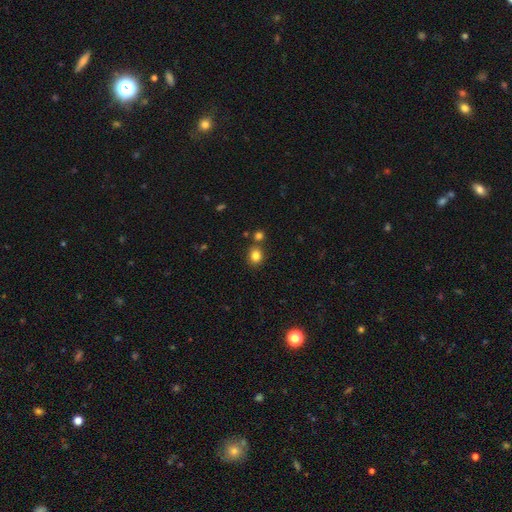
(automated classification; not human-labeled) Smooth or featured?
  - smooth: 82% *
  - star or artifact: 12%
  - featured or disk: 6%
How rounded?
  - round: 70% *
  - in between: 29%
  - cigar-shaped: 1%
Merging?
  - none: 75% *
  - merger: 13%
  - minor disturbance: 9%
  - major disturbance: 3%